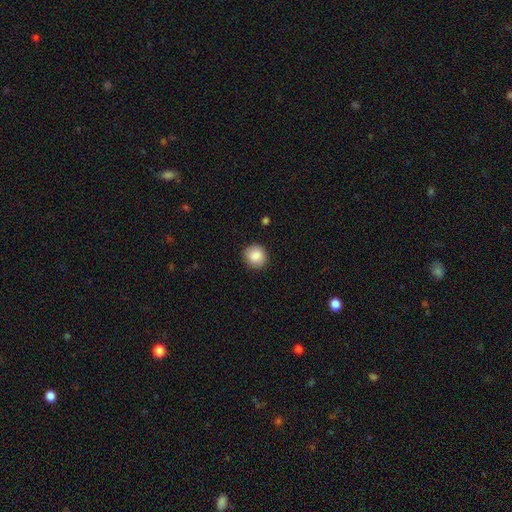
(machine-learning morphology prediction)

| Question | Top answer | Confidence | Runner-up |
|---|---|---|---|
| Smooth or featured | smooth | 87% | star or artifact (8%) |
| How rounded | round | 85% | in between (14%) |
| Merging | none | 89% | minor disturbance (8%) |